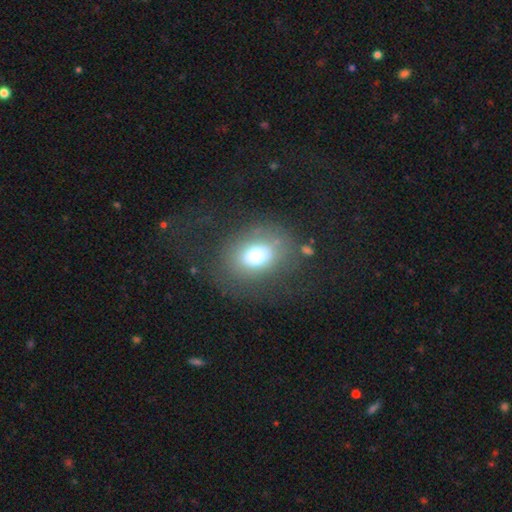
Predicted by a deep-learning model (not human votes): Overall: smooth (67%). How rounded: in between (61%; round 38%). Merging: none (59%; major disturbance 21%).